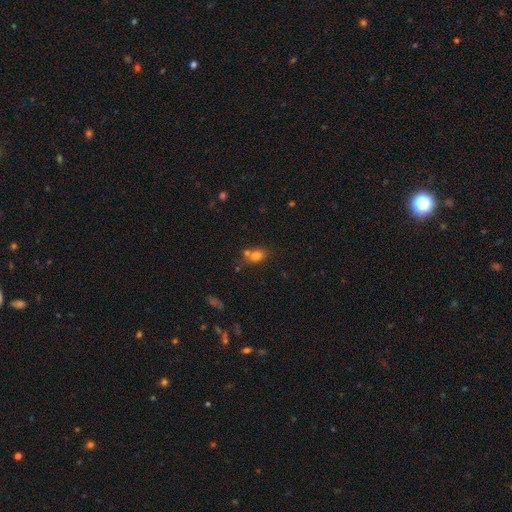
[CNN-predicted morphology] The model was most divided on "merging": none: 51%, merger: 30%, minor disturbance: 14%, major disturbance: 5%. More confident: smooth or featured — smooth (76%); how rounded — in between (63%).